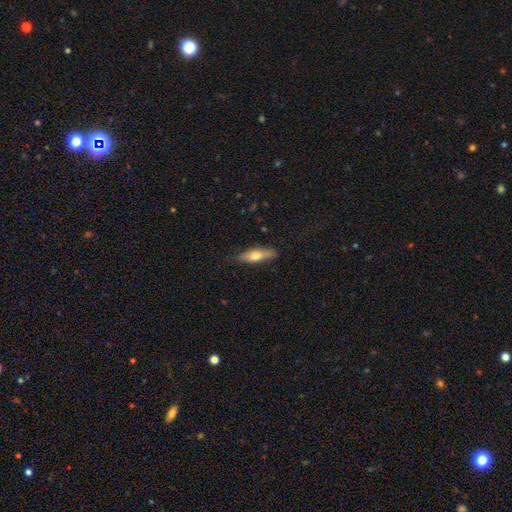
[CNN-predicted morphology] This appears to be a smooth galaxy with no disk features (64%) that is cigar-shaped (54%). Merging: none (79%).